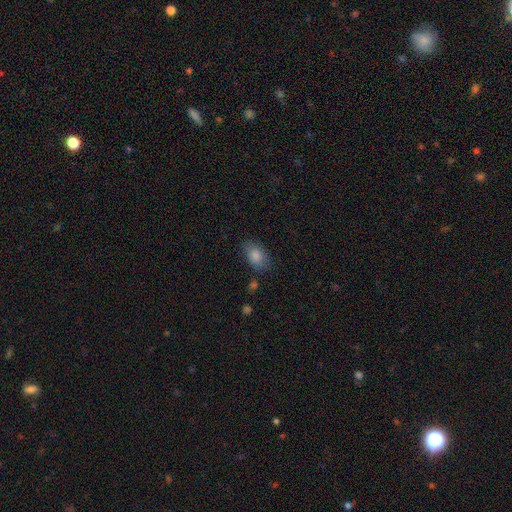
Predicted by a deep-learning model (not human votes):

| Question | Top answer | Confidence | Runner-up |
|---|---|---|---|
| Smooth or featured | smooth | 86% | star or artifact (8%) |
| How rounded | in between | 86% | round (13%) |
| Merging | none | 75% | minor disturbance (17%) |